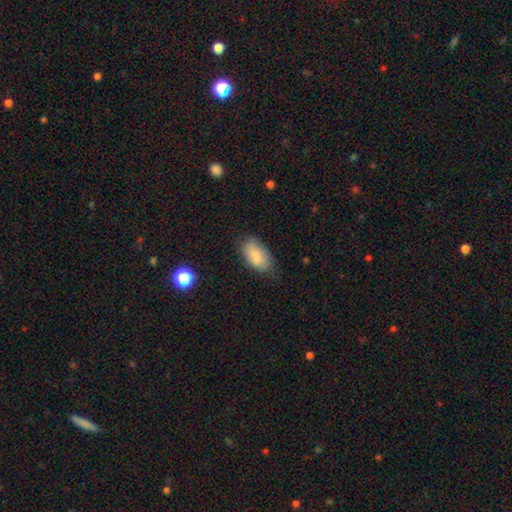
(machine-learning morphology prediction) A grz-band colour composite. It shows a smooth galaxy with no disk features (82%) that is in between round and cigar-shaped (94%). Merging: none (67%).